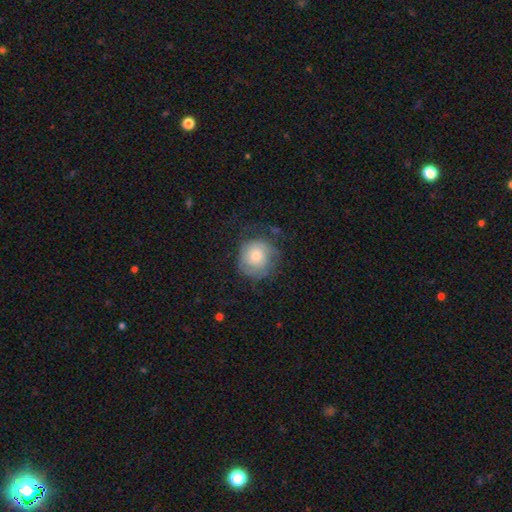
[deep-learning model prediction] Smooth or featured: smooth — 56% (featured or disk — 36%)
How rounded: round — 88% (in between — 11%)
Merging: none — 57% (minor disturbance — 24%)